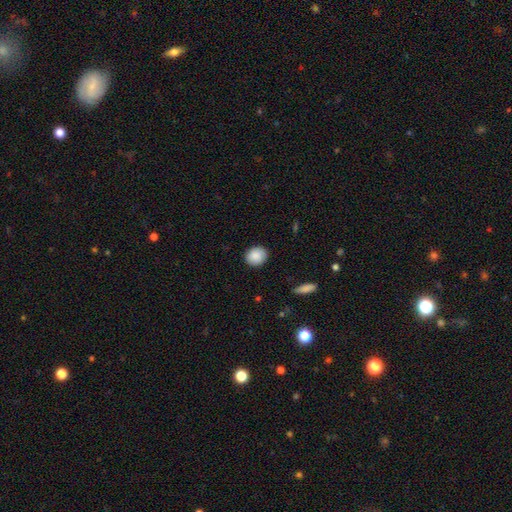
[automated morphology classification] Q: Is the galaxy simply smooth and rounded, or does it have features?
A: smooth — 89%.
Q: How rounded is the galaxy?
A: round — 71%.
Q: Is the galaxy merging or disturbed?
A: none — 89%.